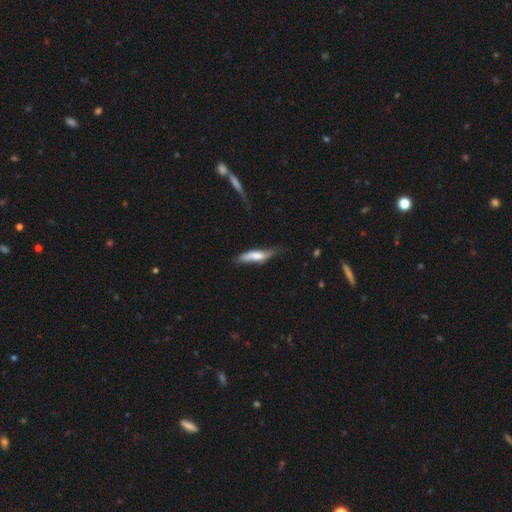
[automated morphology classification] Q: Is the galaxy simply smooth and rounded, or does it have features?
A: smooth — 61%.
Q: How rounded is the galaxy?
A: cigar-shaped — 69%.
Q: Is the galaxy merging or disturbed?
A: none — 50%.